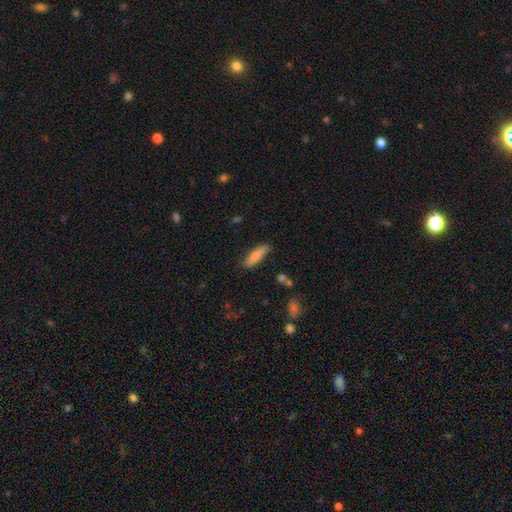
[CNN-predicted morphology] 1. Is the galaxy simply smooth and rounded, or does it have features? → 84% smooth, 10% featured or disk, 6% star or artifact.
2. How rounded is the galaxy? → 67% cigar-shaped, 31% in between, 2% round.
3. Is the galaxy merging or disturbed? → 80% none, 15% minor disturbance, 3% major disturbance, 2% merger.